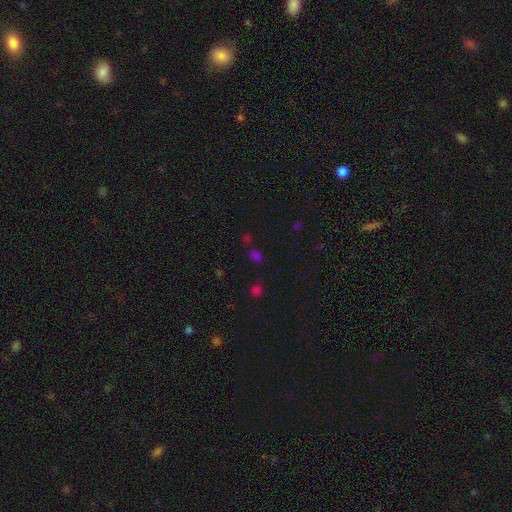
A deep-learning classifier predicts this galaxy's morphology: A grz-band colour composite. It shows a smooth galaxy with no disk features (54%) that is in between round and cigar-shaped (50%). Merging: none (66%).